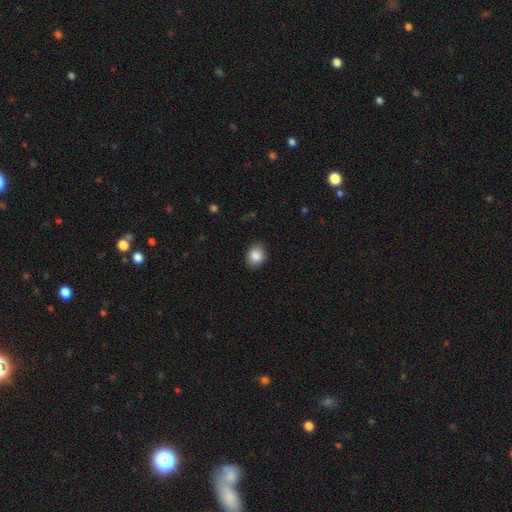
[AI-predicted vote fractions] Morphology: type=smooth (87%); roundness=round (54%); merging=none (86%).